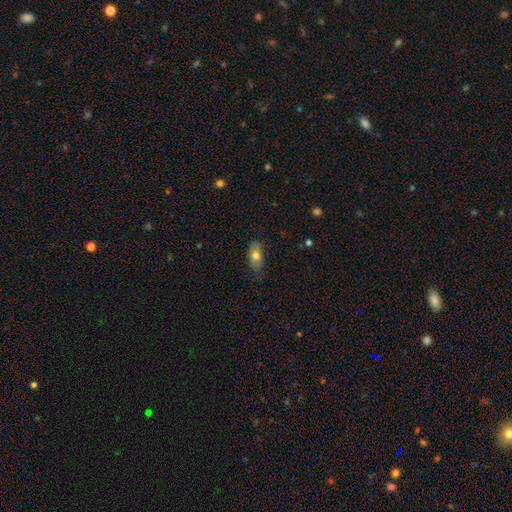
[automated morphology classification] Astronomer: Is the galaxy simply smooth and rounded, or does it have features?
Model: smooth — 70%.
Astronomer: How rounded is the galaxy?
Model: in between — 85%.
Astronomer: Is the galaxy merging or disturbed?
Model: none — 67%.